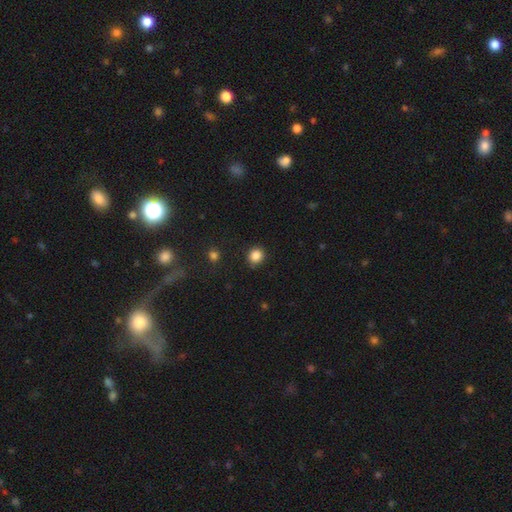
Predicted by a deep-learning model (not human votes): Overall: smooth (85%). How rounded: round (80%). Merging: none (86%).